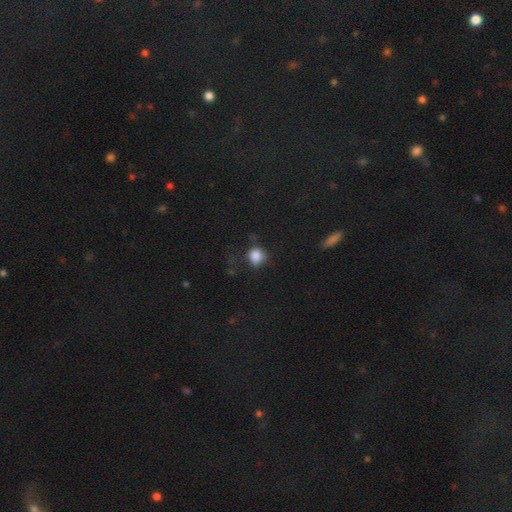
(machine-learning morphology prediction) Overall: smooth (85%). How rounded: round (72%). Merging: none (63%; minor disturbance 24%).